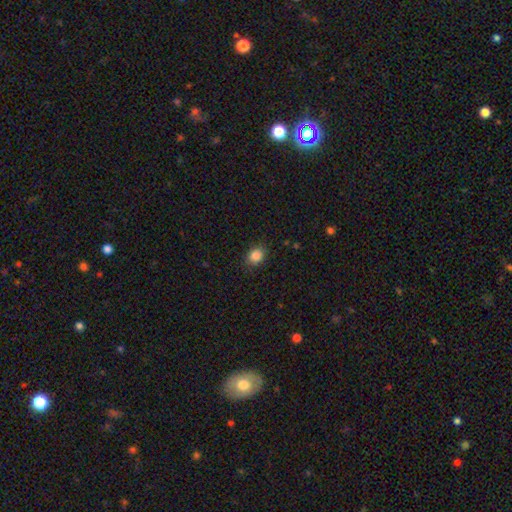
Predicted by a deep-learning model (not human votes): A smooth galaxy with no disk features (86%) that is round (55%). Merging: none (87%).